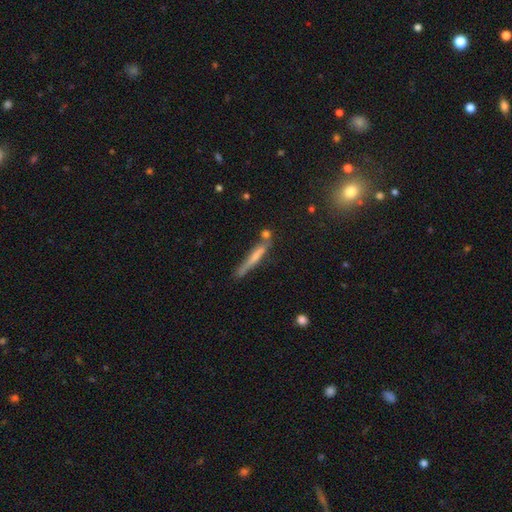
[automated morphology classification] Smooth or featured?
  - smooth: 46% *
  - featured or disk: 45%
  - star or artifact: 9%
Merging?
  - none: 72% *
  - minor disturbance: 17%
  - merger: 7%
  - major disturbance: 4%